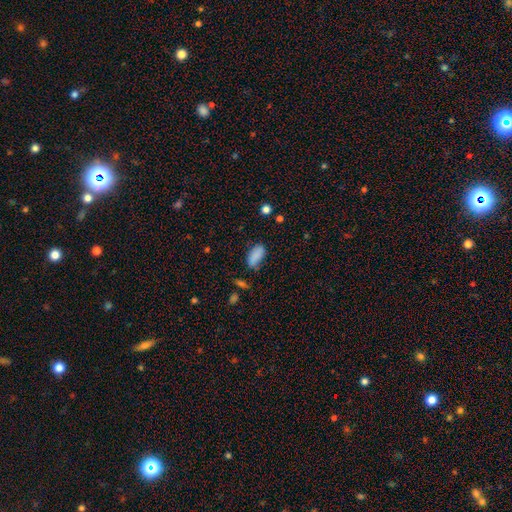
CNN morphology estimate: type=smooth (85%); roundness=in between (91%); merging=none (68%).